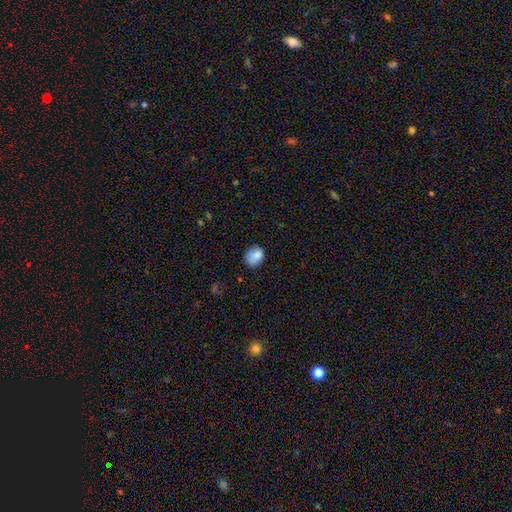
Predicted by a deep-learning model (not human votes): Smooth or featured? Predicted: smooth (p=0.85). How rounded? Predicted: in between (p=0.50). Merging? Predicted: none (p=0.70).